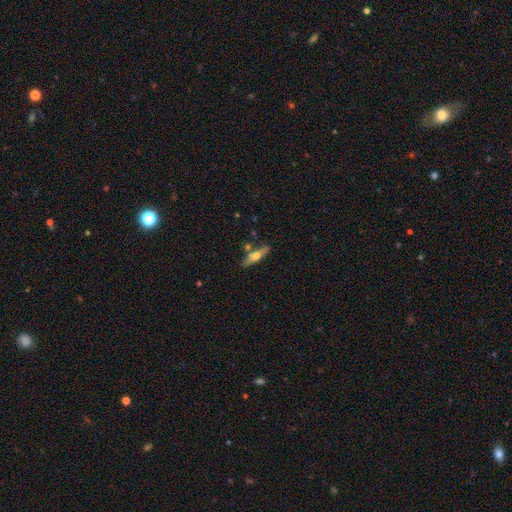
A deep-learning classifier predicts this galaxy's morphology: Smooth or featured: featured or disk — 55% (smooth — 39%)
Edge-on disk: yes — 89% (no — 11%)
Merging: none — 76% (minor disturbance — 12%)